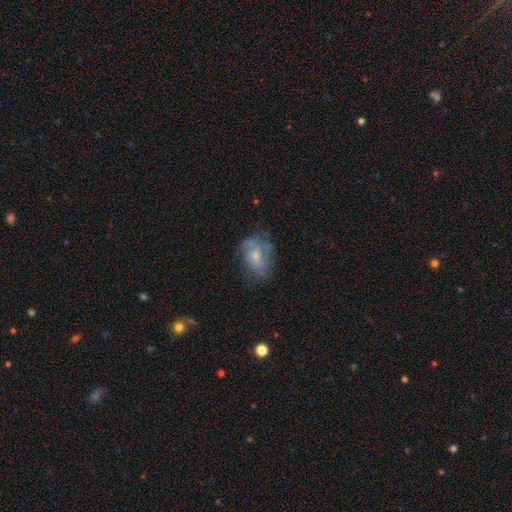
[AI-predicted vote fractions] Smooth or featured?
  - featured or disk: 67% *
  - smooth: 24%
  - star or artifact: 9%
Edge-on disk?
  - no: 97% *
  - yes: 3%
Bar?
  - no: 69% *
  - weak: 27%
  - strong: 4%
Spiral arms?
  - yes: 78% *
  - no: 22%
Spiral winding?
  - medium: 44% *
  - tight: 32%
  - loose: 24%
Spiral arm count?
  - can't tell: 39% *
  - 2: 21%
  - 3: 21%
  - 4: 9%
  - 1: 5%
  - more than 4: 5%
Bulge size?
  - small: 53% *
  - moderate: 39%
  - none: 5%
  - large: 2%
  - dominant: 1%
Merging?
  - none: 57% *
  - minor disturbance: 24%
  - major disturbance: 17%
  - merger: 2%